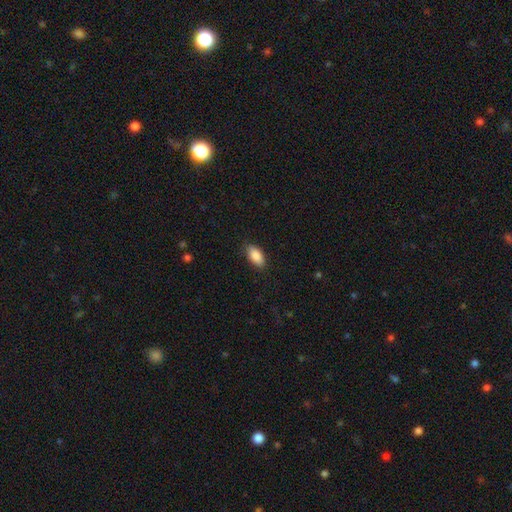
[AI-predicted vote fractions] Q: Smooth or featured?
A: smooth (88%); runner-up: star or artifact (7%)
Q: How rounded?
A: in between (92%); runner-up: cigar-shaped (5%)
Q: Merging?
A: none (86%); runner-up: minor disturbance (11%)